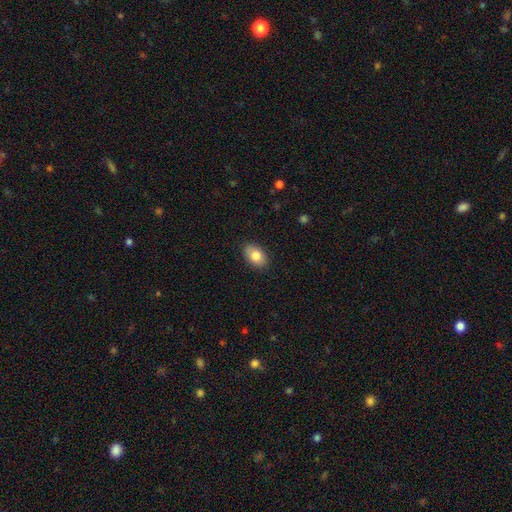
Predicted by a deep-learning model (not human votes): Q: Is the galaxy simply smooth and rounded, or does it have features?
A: smooth — 81%.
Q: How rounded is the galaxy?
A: in between — 86%.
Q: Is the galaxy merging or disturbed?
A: none — 88%.